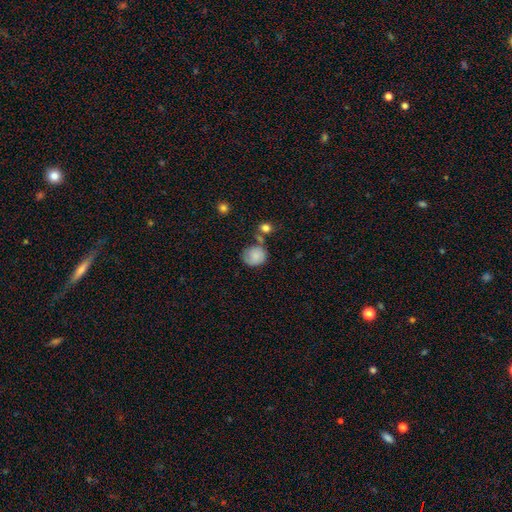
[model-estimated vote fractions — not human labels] A smooth galaxy with no disk features (74%) that is round (76%).

Vote fractions:
- Smooth or featured? smooth: 74% / featured or disk: 17% / star or artifact: 8%
- How rounded? round: 76% / in between: 23% / cigar-shaped: 1%
- Merging? none: 52% / minor disturbance: 26% / merger: 12% / major disturbance: 10%